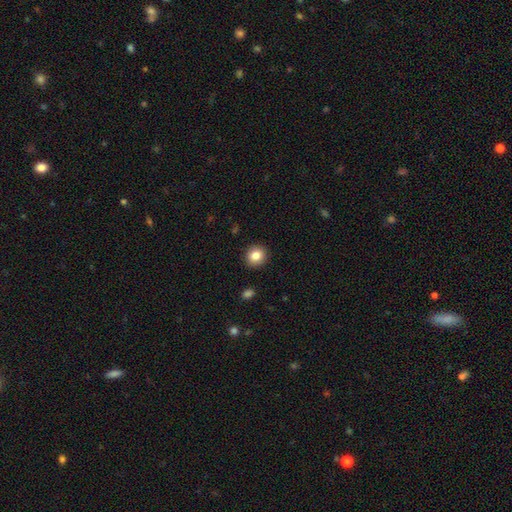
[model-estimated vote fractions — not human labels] Smooth or featured? smooth (84%)
How rounded? round (86%)
Merging? none (91%)